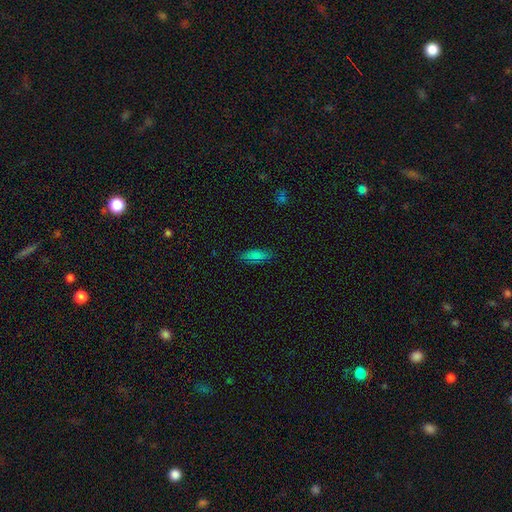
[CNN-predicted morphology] smooth-or-featured: smooth: 82% | star or artifact: 10% | featured or disk: 8%
  how-rounded: in between: 66% | cigar-shaped: 31% | round: 2%
  merging: none: 84% | minor disturbance: 12% | major disturbance: 3% | merger: 1%